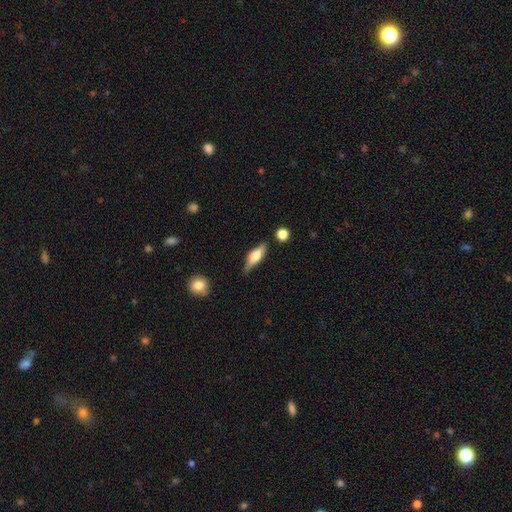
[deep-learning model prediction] The model was most divided on "smooth or featured": featured or disk: 47%, smooth: 46%, star or artifact: 7%. More confident: merging — none (74%).